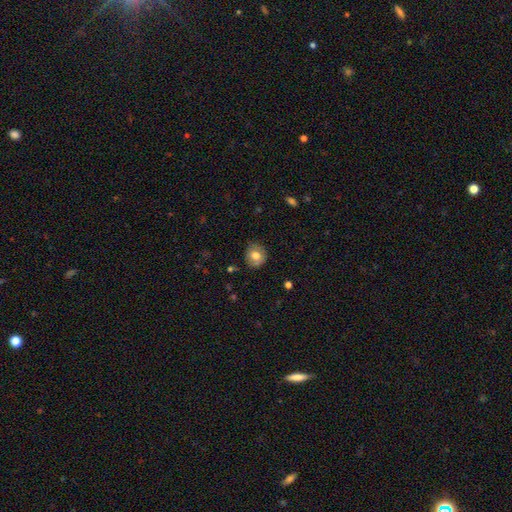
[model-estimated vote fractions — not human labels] The model was most divided on "smooth or featured": smooth: 72%, featured or disk: 19%, star or artifact: 9%. More confident: how rounded — round (80%); merging — none (79%).